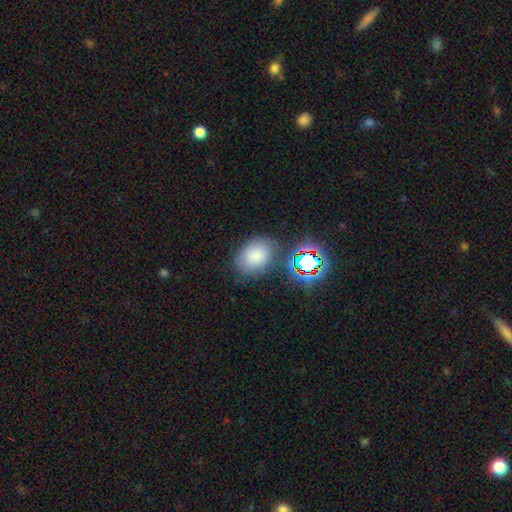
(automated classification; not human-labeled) A smooth galaxy with no disk features (76%) that is in between round and cigar-shaped (69%).

Vote fractions:
- Smooth or featured? smooth: 76% / star or artifact: 15% / featured or disk: 9%
- How rounded? in between: 69% / round: 30% / cigar-shaped: 1%
- Merging? none: 74% / minor disturbance: 16% / merger: 6% / major disturbance: 5%